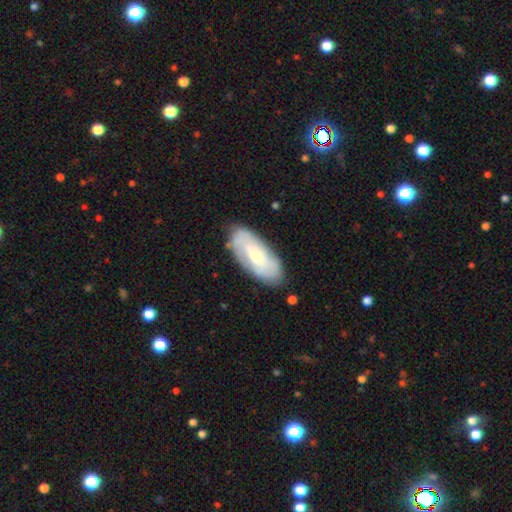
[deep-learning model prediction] Q: Smooth or featured?
A: featured or disk (50%); runner-up: smooth (44%)
Q: Edge-on disk?
A: no (87%); runner-up: yes (13%)
Q: Merging?
A: none (80%); runner-up: minor disturbance (15%)